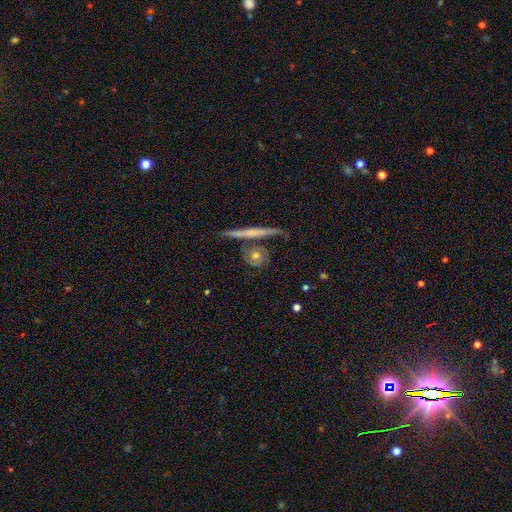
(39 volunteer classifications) Smooth or featured?
  - featured or disk: 90% *
  - smooth: 8%
  - star or artifact: 3%
Edge-on disk?
  - no: 94% *
  - yes: 6%
Bar?
  - no: 76% *
  - weak: 21%
  - strong: 3%
Spiral arms?
  - yes: 100% *
  - no: 0%
Spiral winding?
  - tight: 73% *
  - medium: 24%
  - loose: 3%
Spiral arm count?
  - 2: 70% *
  - 3: 18%
  - can't tell: 12%
  - 1: 0%
  - 4: 0%
  - more than 4: 0%
Bulge size?
  - moderate: 79% *
  - large: 12%
  - small: 9%
  - dominant: 0%
  - none: 0%
Merging?
  - none: 71% *
  - minor disturbance: 13%
  - merger: 11%
  - major disturbance: 5%